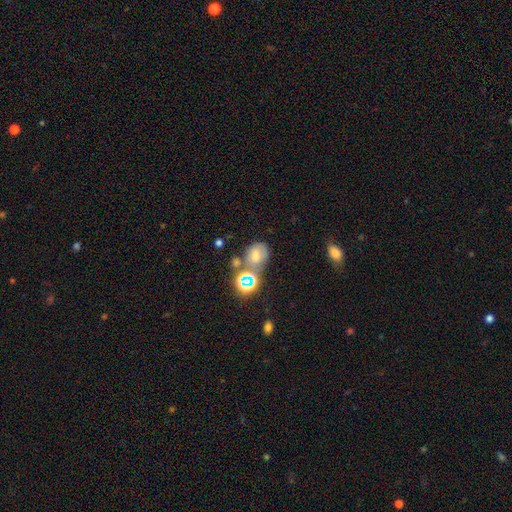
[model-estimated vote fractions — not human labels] The model was most divided on "smooth or featured": smooth: 46%, star or artifact: 33%, featured or disk: 21%. More confident: merging — none (55%).